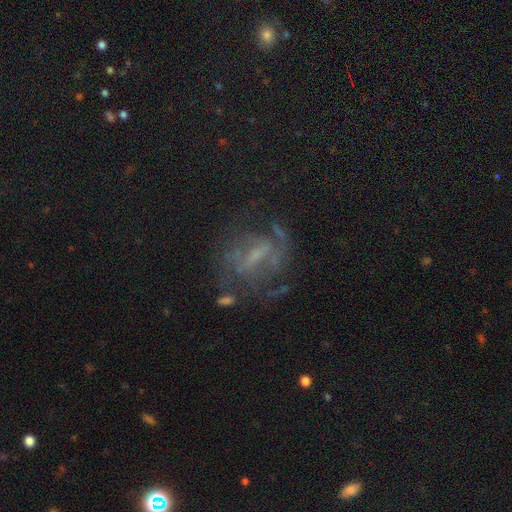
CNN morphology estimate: This appears to be a featured or disk galaxy (60%) with a weak bar (48%), spiral arms (71%) and a small central bulge (46%). Merging: none (54%).